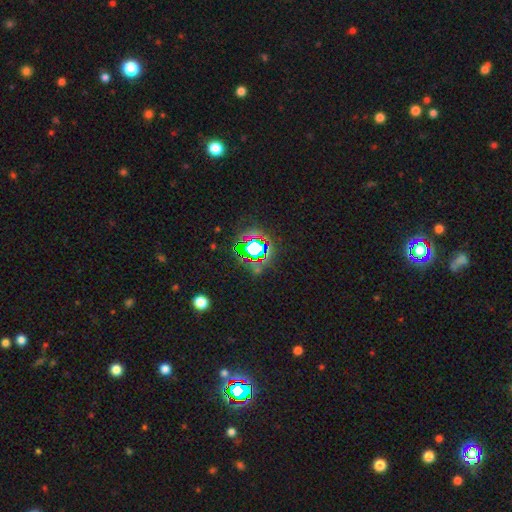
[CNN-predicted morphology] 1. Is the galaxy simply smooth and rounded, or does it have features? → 72% star or artifact, 16% smooth, 11% featured or disk.